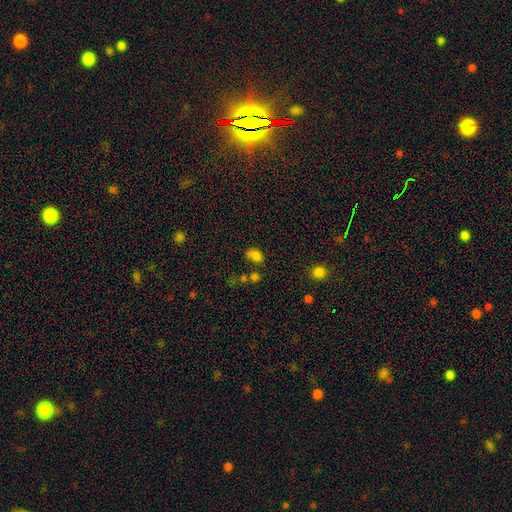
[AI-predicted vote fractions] Morphology: type=smooth (74%); roundness=in between (63%); merging=none (47%).